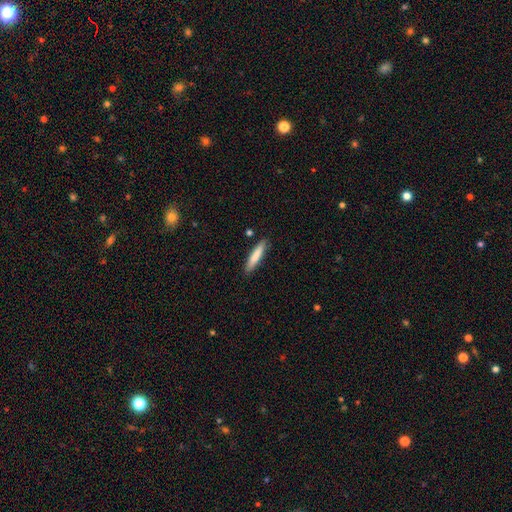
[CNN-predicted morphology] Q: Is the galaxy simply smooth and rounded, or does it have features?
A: smooth — 80%.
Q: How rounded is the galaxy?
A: cigar-shaped — 88%.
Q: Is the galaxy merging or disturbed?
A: none — 87%.